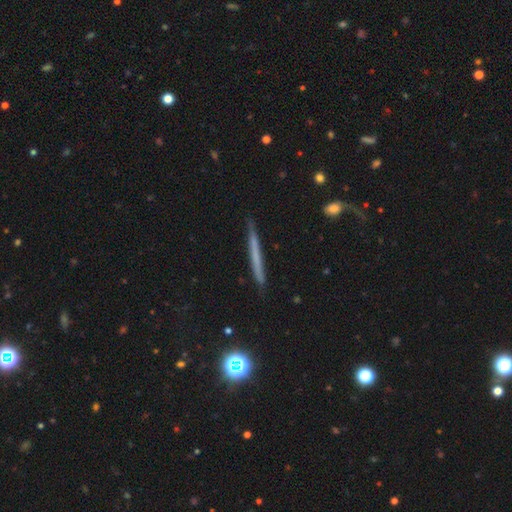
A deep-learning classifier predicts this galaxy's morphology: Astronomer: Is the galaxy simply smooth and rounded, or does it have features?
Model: smooth — 48% (runner-up: featured or disk, 43%).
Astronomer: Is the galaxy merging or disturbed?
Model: none — 86%.